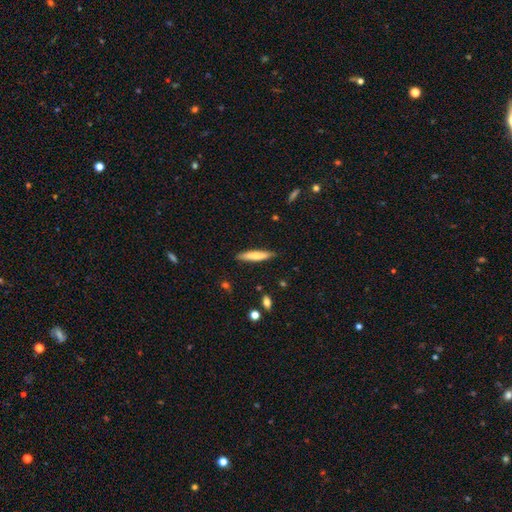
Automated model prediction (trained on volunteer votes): Smooth or featured? smooth (70%)
How rounded? cigar-shaped (86%)
Merging? none (87%)